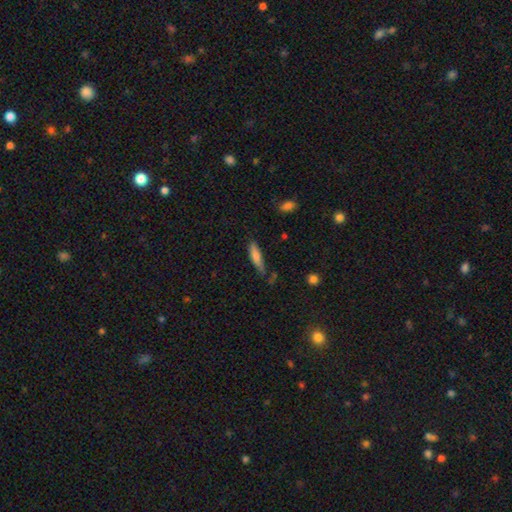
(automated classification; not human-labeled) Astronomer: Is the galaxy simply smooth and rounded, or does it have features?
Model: smooth — 72%.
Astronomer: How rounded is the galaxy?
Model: cigar-shaped — 74%.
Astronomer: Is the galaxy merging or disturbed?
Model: none — 69%.